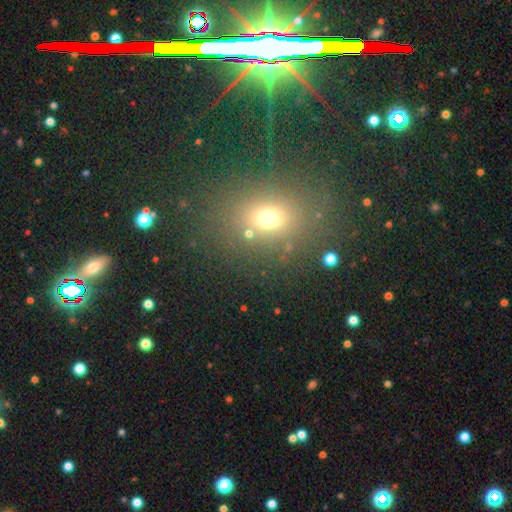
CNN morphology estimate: This is possibly a star or artifact rather than a galaxy (46%).